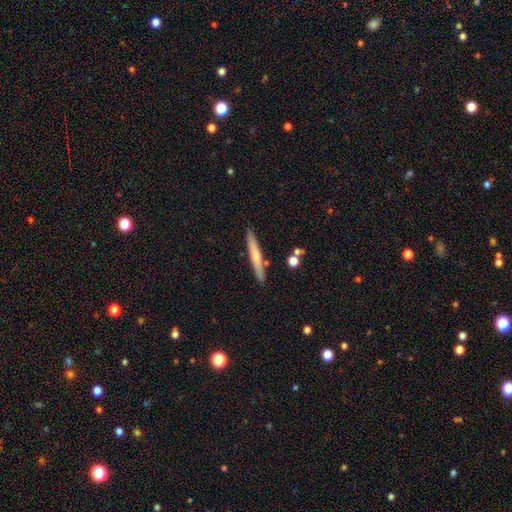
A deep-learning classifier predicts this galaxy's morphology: smooth 54%, featured or disk 40%, star or artifact 6%. Down the decision tree: how rounded — cigar-shaped (95%); merging — none (87%).